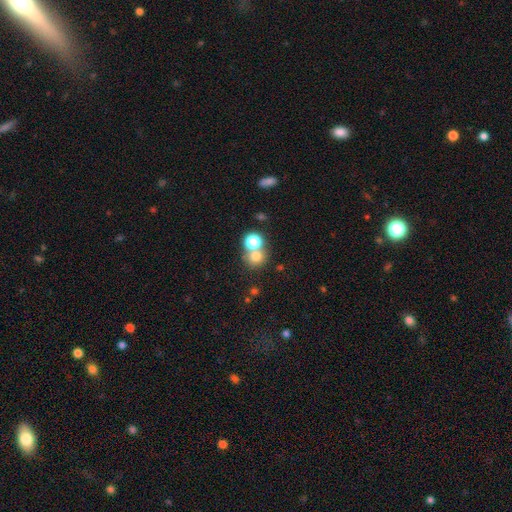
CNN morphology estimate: Smooth or featured? smooth (71%)
How rounded? round (83%)
Merging? none (52%)